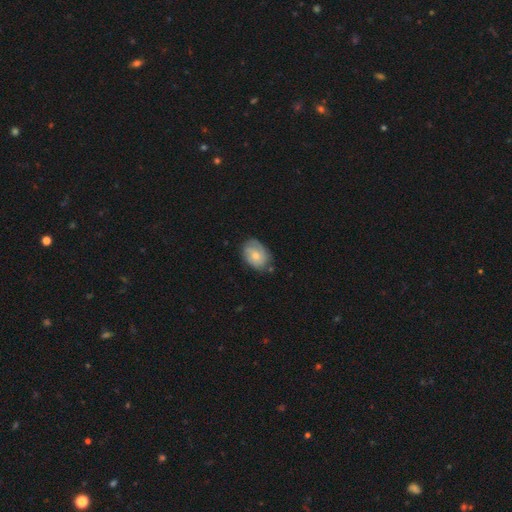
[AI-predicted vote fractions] A smooth galaxy with no disk features (48%). Merging: none (67%).